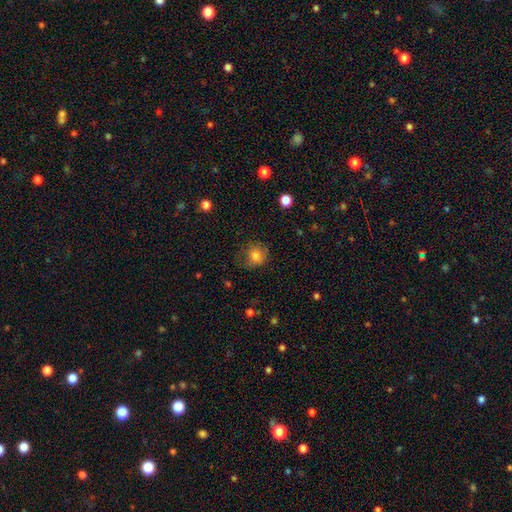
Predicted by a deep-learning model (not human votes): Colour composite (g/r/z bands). It shows a smooth galaxy with no disk features (80%) that is round (79%). Merging: none (65%).